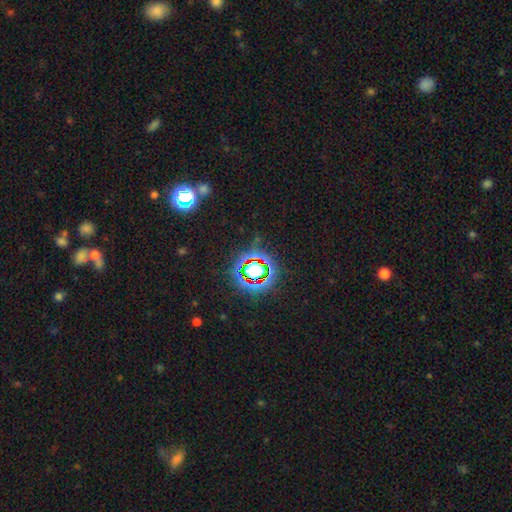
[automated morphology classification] The model was most divided on "smooth or featured": star or artifact: 79%, smooth: 13%, featured or disk: 8%.